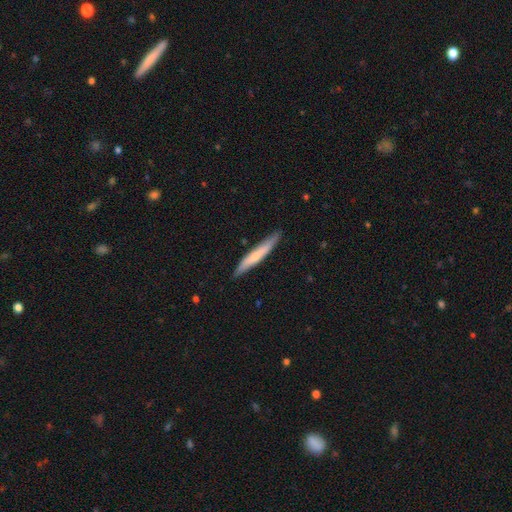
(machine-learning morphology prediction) smooth_or_featured: smooth (p=0.58) [alt: featured or disk p=0.37]
how_rounded: cigar-shaped (p=0.94) [alt: in between p=0.04]
merging: none (p=0.85) [alt: minor disturbance p=0.12]